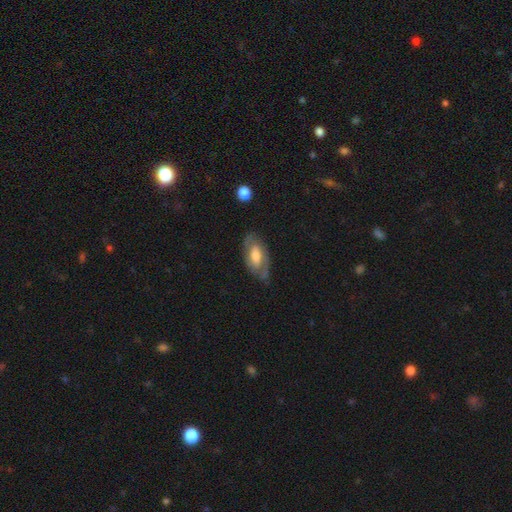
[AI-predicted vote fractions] Smooth or featured: featured or disk — 59% (smooth — 35%)
Edge-on disk: no — 88% (yes — 12%)
Bar: weak — 42% (no — 37%)
Spiral arms: yes — 72% (no — 28%)
Bulge size: moderate — 56% (small — 21%)
Merging: none — 68% (minor disturbance — 22%)